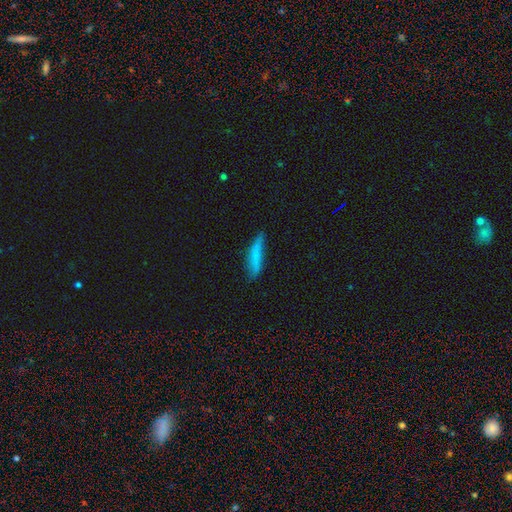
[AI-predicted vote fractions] Smooth or featured?
  - smooth: 74% *
  - featured or disk: 19%
  - star or artifact: 7%
How rounded?
  - cigar-shaped: 81% *
  - in between: 17%
  - round: 2%
Merging?
  - none: 68% *
  - minor disturbance: 24%
  - major disturbance: 6%
  - merger: 2%